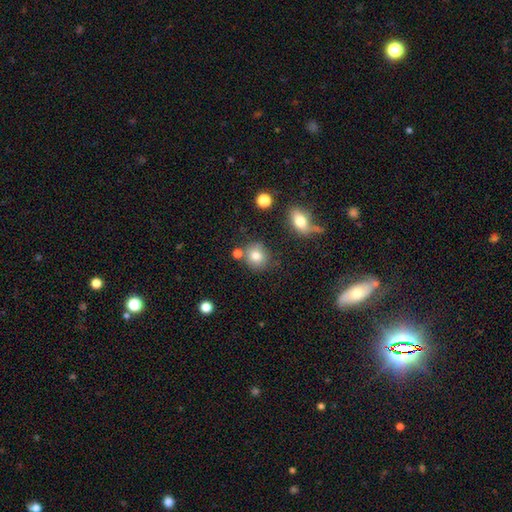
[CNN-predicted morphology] A smooth galaxy with no disk features (79%) that is round (82%).

Vote fractions:
- Smooth or featured? smooth: 79% / star or artifact: 11% / featured or disk: 10%
- How rounded? round: 82% / in between: 17% / cigar-shaped: 1%
- Merging? none: 71% / minor disturbance: 12% / merger: 12% / major disturbance: 4%